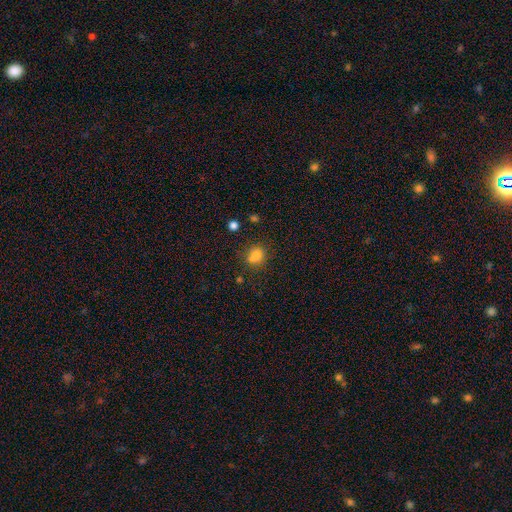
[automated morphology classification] A smooth galaxy with no disk features (77%) that is round (67%). Merging: none (62%).